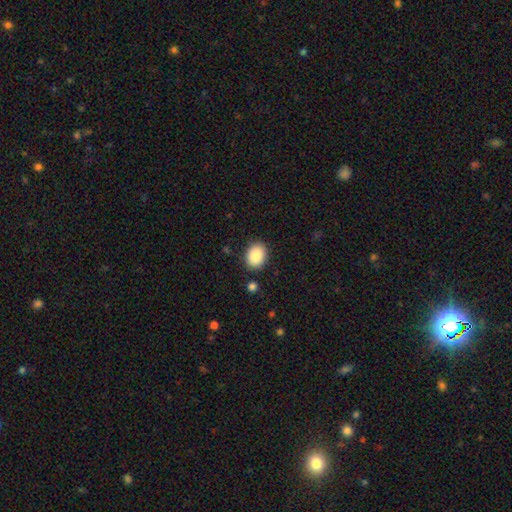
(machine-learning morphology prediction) type=smooth (89%); roundness=in between (62%); merging=none (86%).